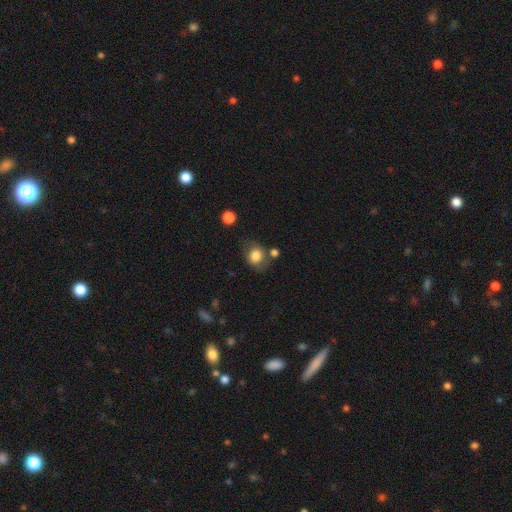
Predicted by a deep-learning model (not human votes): smooth-or-featured: smooth: 81% | featured or disk: 10% | star or artifact: 9%
  how-rounded: round: 60% | in between: 39% | cigar-shaped: 1%
  merging: none: 65% | minor disturbance: 19% | merger: 8% | major disturbance: 7%